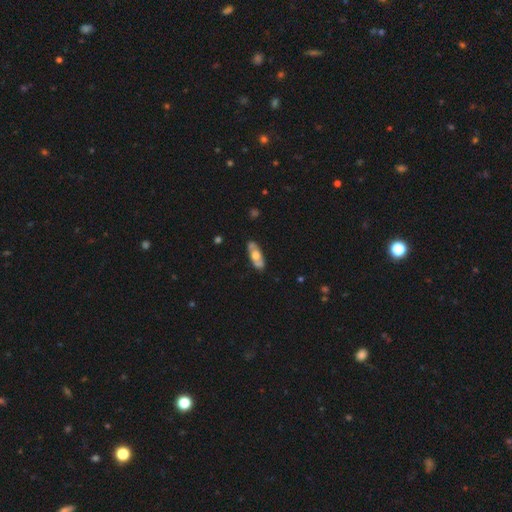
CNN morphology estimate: smooth-or-featured: featured or disk: 49% | smooth: 46% | star or artifact: 5%
  merging: none: 80% | minor disturbance: 14% | major disturbance: 3% | merger: 2%